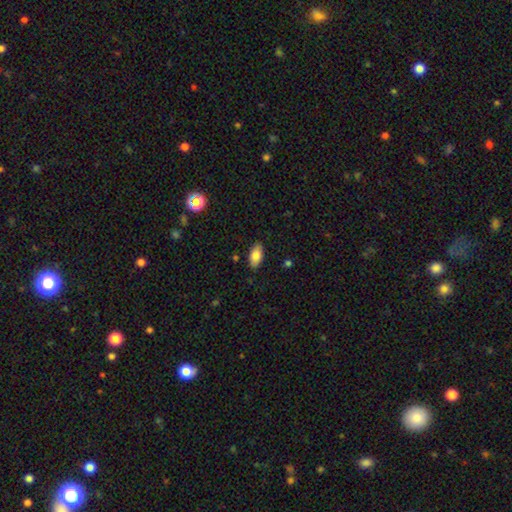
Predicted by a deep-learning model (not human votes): A smooth galaxy with no disk features (83%) that is in between round and cigar-shaped (92%). Merging: none (87%).